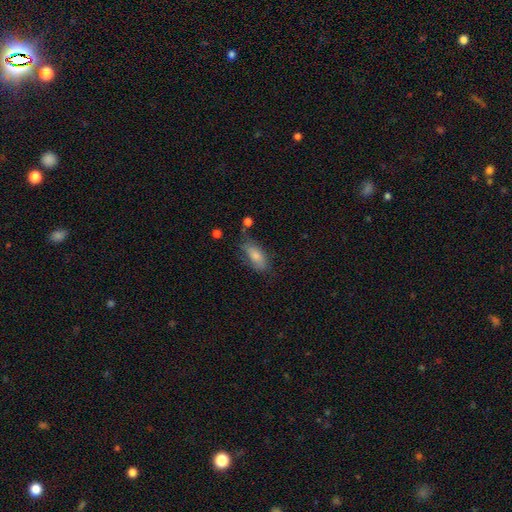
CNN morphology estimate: A smooth galaxy with no disk features (77%) that is in between round and cigar-shaped (84%). Merging: none (58%).